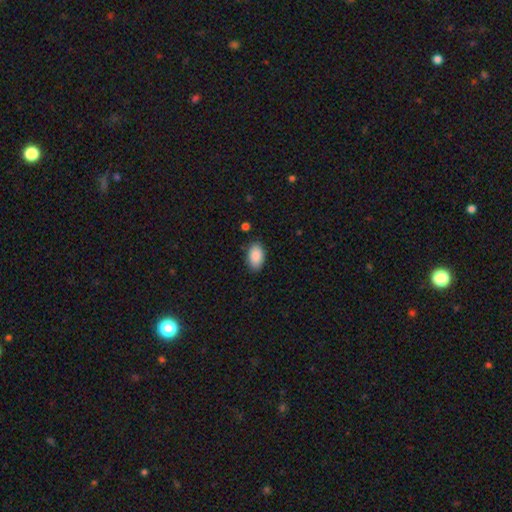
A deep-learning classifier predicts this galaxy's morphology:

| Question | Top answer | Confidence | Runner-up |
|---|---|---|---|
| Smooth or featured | smooth | 90% | star or artifact (7%) |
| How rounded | in between | 94% | round (5%) |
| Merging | none | 84% | minor disturbance (12%) |